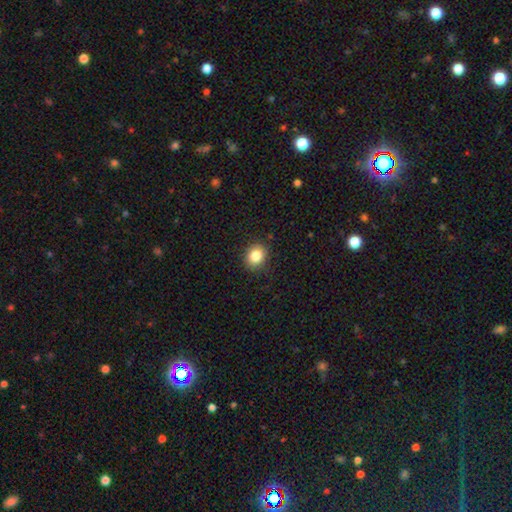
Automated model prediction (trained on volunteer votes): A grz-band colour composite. It shows a smooth galaxy with no disk features (84%) that is round (59%). Merging: none (87%).